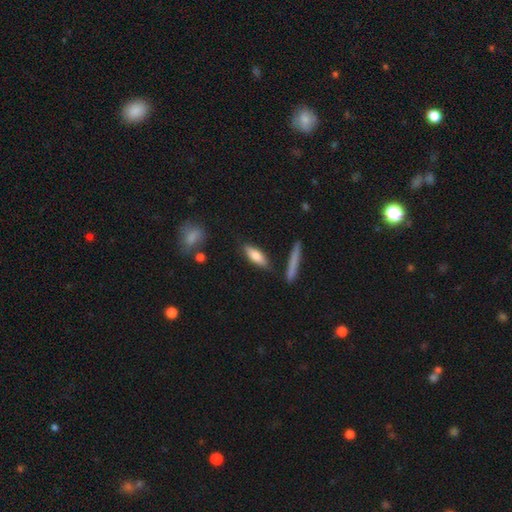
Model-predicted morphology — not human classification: Smooth or featured? smooth (75%)
How rounded? cigar-shaped (49%, tied with in between)
Merging? none (79%)